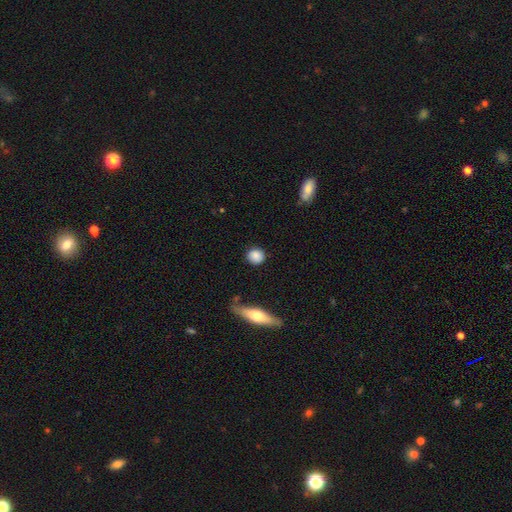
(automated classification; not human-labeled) A smooth galaxy with no disk features (85%) that is round (88%).

Vote fractions:
- Smooth or featured? smooth: 85% / star or artifact: 8% / featured or disk: 7%
- How rounded? round: 88% / in between: 10% / cigar-shaped: 2%
- Merging? none: 85% / minor disturbance: 10% / major disturbance: 3% / merger: 2%